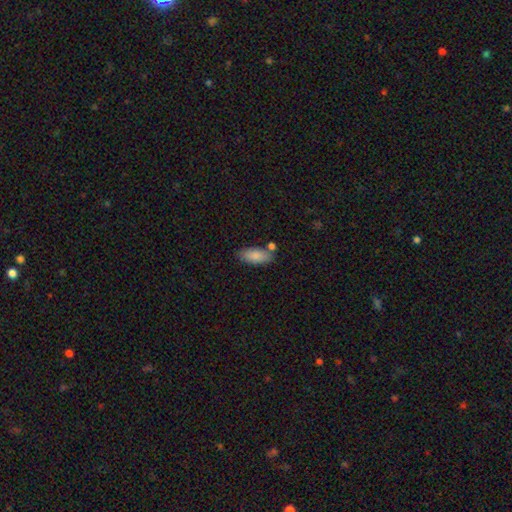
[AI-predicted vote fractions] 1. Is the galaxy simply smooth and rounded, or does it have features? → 86% smooth, 8% featured or disk, 7% star or artifact.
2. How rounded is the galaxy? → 86% in between, 12% cigar-shaped, 2% round.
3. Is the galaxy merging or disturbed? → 72% none, 14% minor disturbance, 11% merger, 3% major disturbance.